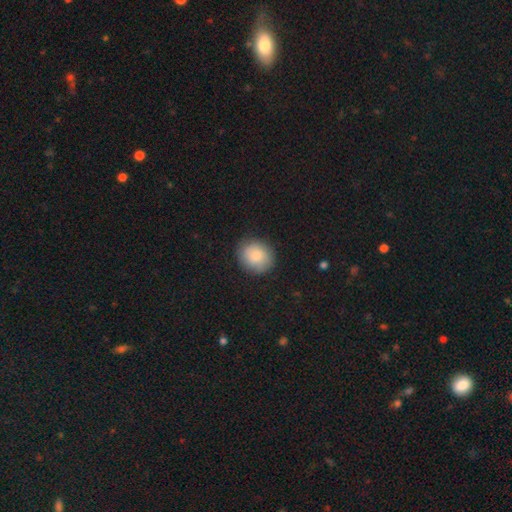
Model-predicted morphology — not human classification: This appears to be a smooth galaxy with no disk features (81%) that is round (79%). Merging: none (85%).